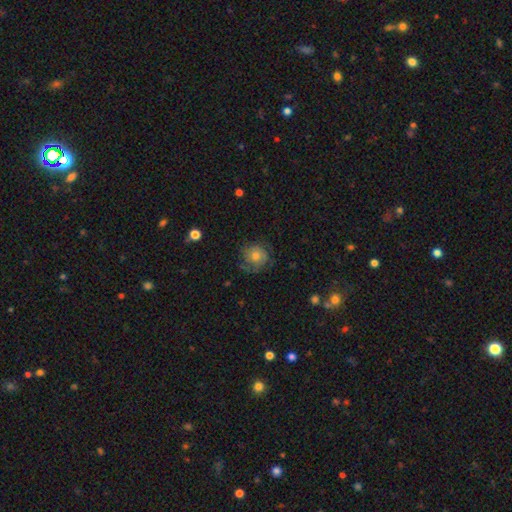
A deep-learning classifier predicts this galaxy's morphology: This is possibly a featured or disk galaxy (53%). It is clearly not viewed edge-on (97%). Bar: likely no (80%). Spiral arm pattern: clearly yes (84%). Central bulge: possibly moderate (58%). Merging: likely none (68%).